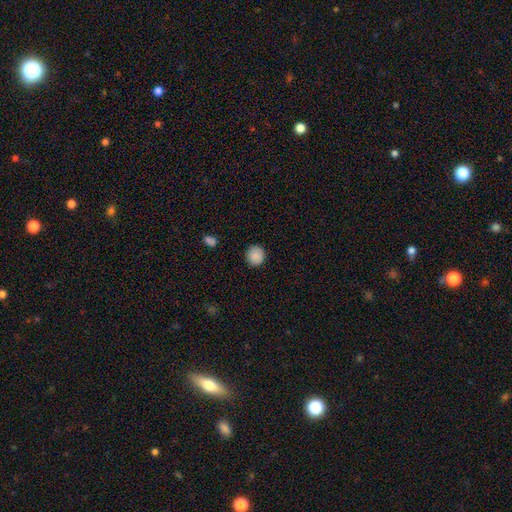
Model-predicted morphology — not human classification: This appears to be a smooth galaxy with no disk features (89%) that is round (92%). Merging: none (91%).